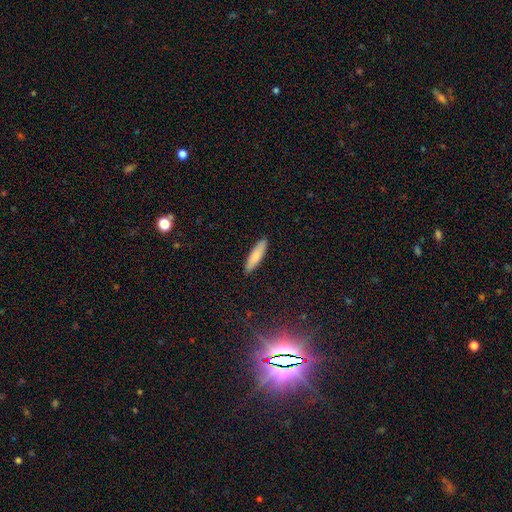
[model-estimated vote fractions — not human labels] This is clearly a smooth galaxy (83%). How rounded: likely cigar-shaped (74%). Merging: clearly none (91%).